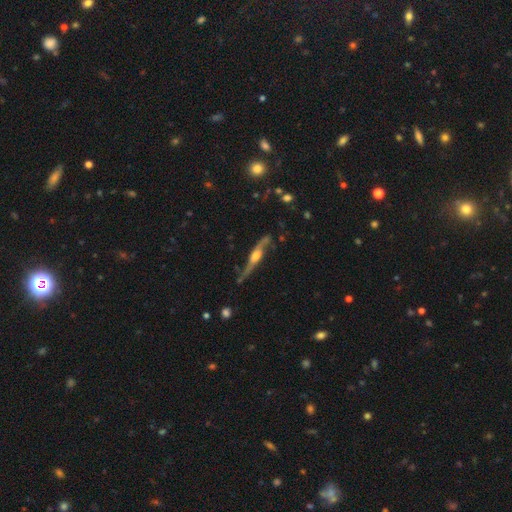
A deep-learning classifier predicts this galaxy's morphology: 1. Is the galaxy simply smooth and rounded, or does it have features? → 77% featured or disk, 17% smooth, 6% star or artifact.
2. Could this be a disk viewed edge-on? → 79% yes, 21% no.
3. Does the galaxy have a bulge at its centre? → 85% rounded, 8% boxy, 7% none.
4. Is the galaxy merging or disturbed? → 62% none, 24% minor disturbance, 9% major disturbance, 5% merger.